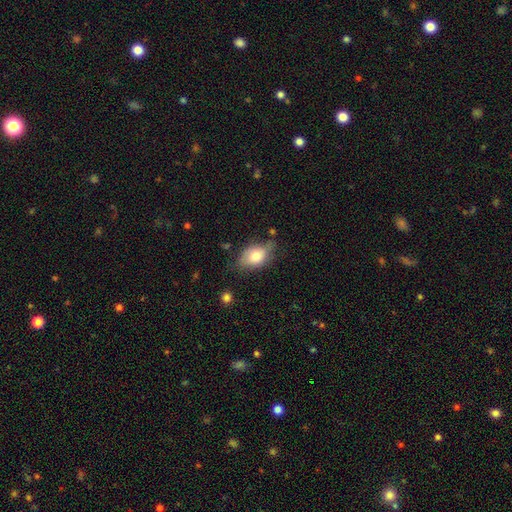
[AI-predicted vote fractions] Overall: smooth (75%). How rounded: in between (85%). Merging: none (58%; minor disturbance 31%).